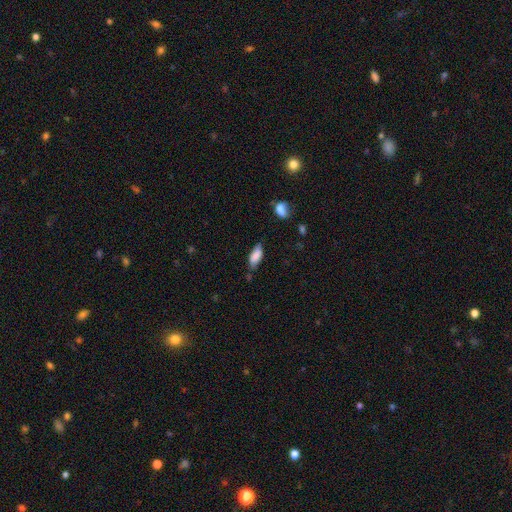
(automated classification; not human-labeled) This appears to be a smooth galaxy with no disk features (83%) that is in between round and cigar-shaped (78%). Merging: none (61%).